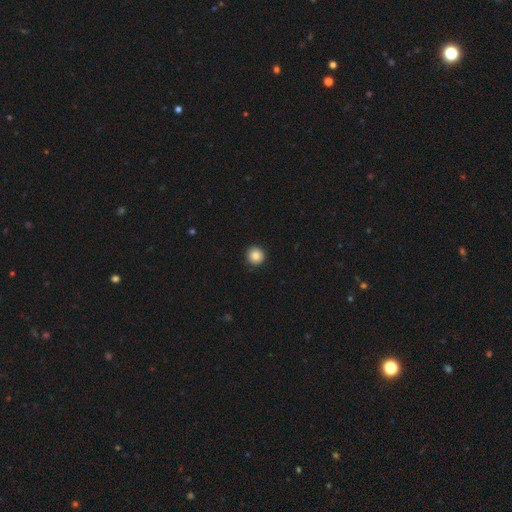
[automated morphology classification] A smooth galaxy with no disk features (85%) that is round (94%). Merging: none (91%).